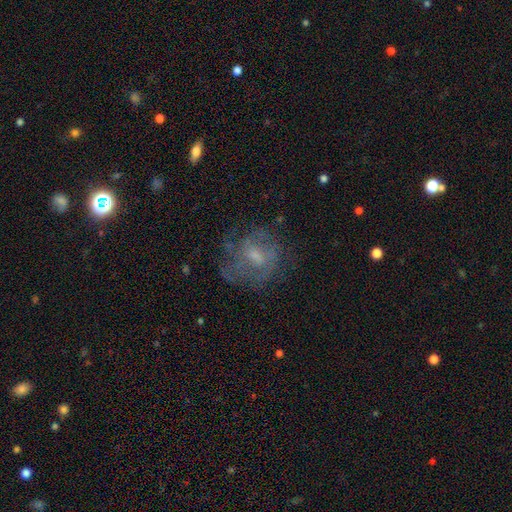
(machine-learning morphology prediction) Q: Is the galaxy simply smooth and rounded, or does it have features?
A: featured or disk — 58%.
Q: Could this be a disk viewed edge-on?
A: no — 97%.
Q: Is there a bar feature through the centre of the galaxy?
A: no — 54%.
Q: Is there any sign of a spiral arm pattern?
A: yes — 59%.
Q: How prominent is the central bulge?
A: small — 45%.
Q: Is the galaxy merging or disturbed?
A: none — 64%.